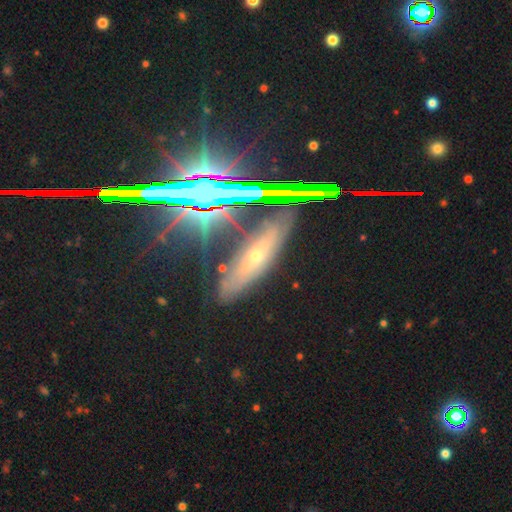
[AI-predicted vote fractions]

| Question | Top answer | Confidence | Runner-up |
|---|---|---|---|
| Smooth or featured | featured or disk | 42% | smooth (32%) |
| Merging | none | 76% | minor disturbance (15%) |